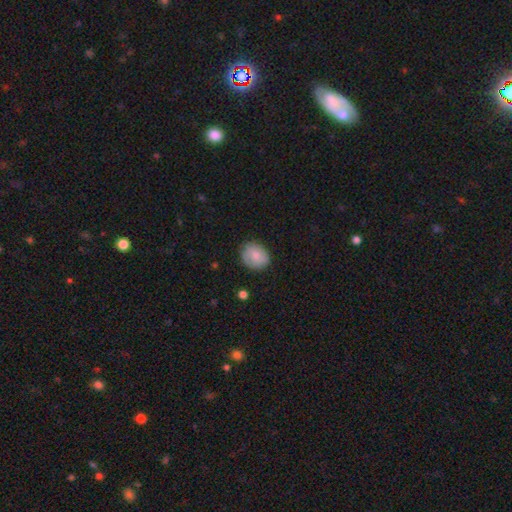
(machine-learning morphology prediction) A smooth galaxy with no disk features (71%) that is round (68%).

Vote fractions:
- Smooth or featured? smooth: 71% / featured or disk: 22% / star or artifact: 7%
- How rounded? round: 68% / in between: 31% / cigar-shaped: 1%
- Merging? none: 80% / minor disturbance: 15% / major disturbance: 4% / merger: 1%